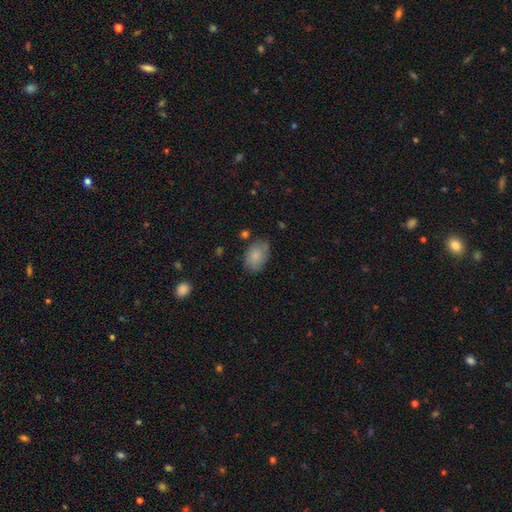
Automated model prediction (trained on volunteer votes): The model was most divided on "merging": none: 73%, minor disturbance: 19%, major disturbance: 5%, merger: 3%. More confident: how rounded — in between (85%); smooth or featured — smooth (83%).